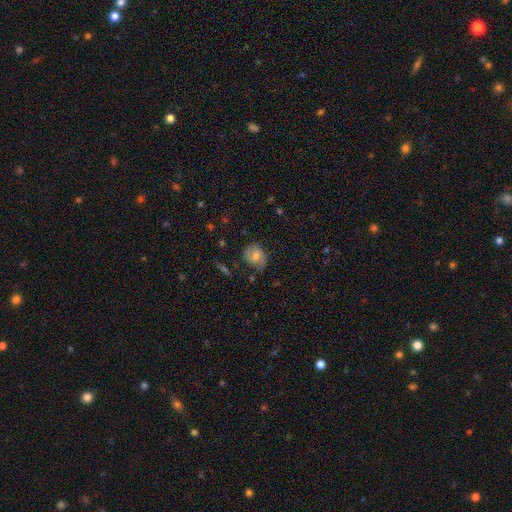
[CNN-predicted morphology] Smooth or featured? Predicted: smooth (p=0.46). Merging? Predicted: none (p=0.61).